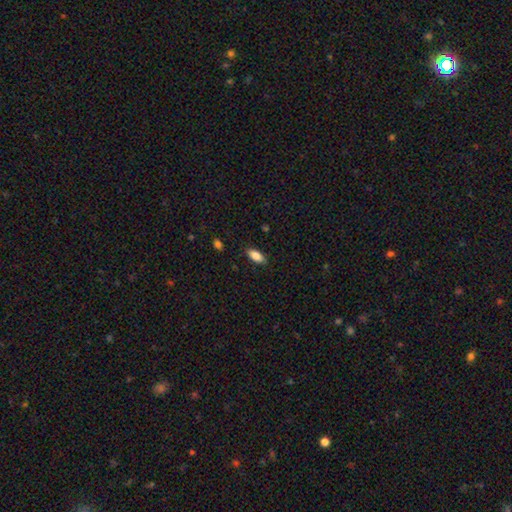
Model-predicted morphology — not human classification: This is clearly a smooth galaxy (85%). How rounded: clearly in between (85%). Merging: clearly none (86%).